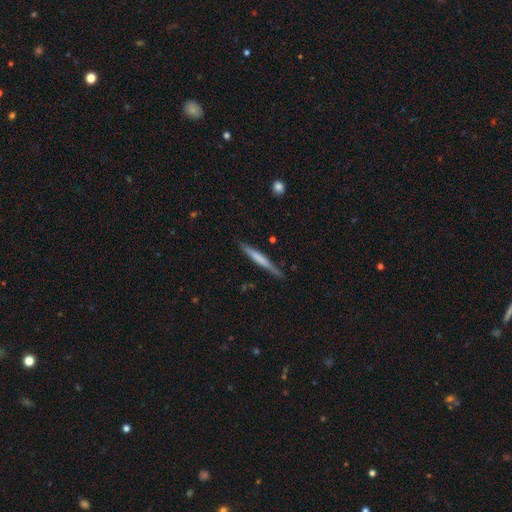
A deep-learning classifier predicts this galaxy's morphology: Smooth or featured?
  - smooth: 48% *
  - featured or disk: 46%
  - star or artifact: 6%
Merging?
  - none: 87% *
  - minor disturbance: 10%
  - major disturbance: 2%
  - merger: 1%